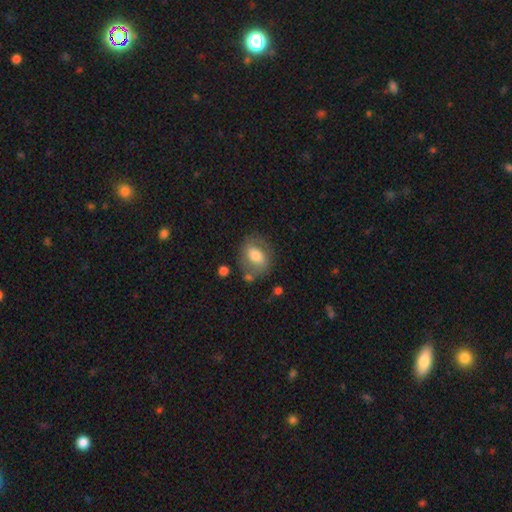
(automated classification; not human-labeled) Morphology: type=smooth (67%); roundness=in between (65%); merging=none (68%).